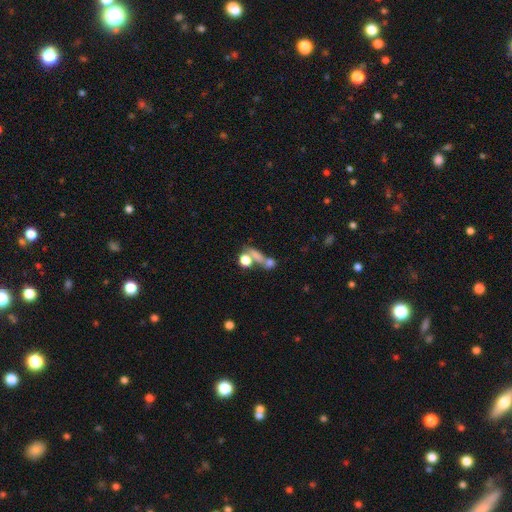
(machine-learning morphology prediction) Overall: smooth (50%; star or artifact 28%). Merging: none (43%; merger 39%).